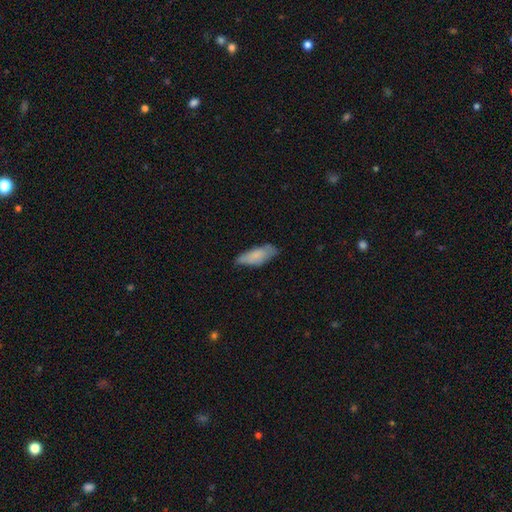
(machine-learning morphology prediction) A smooth galaxy with no disk features (77%) that is in between round and cigar-shaped (70%). Merging: none (64%).